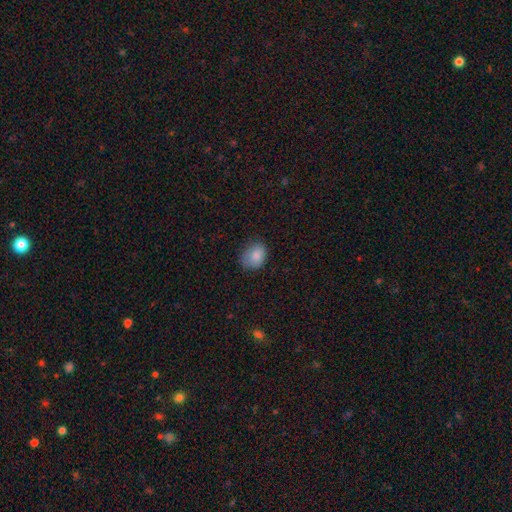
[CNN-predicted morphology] A smooth galaxy with no disk features (86%) that is in between round and cigar-shaped (59%). Merging: none (68%).